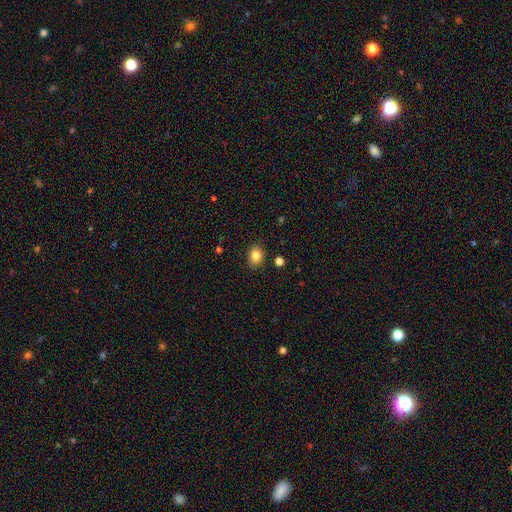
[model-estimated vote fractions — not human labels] A smooth galaxy with no disk features (84%) that is in between round and cigar-shaped (62%). Merging: none (84%).